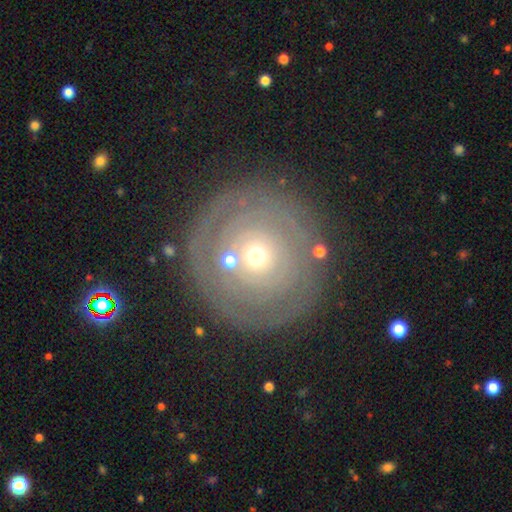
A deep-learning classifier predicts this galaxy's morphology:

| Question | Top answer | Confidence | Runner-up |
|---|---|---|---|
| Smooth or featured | featured or disk | 68% | smooth (24%) |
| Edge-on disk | no | 96% | yes (4%) |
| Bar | no | 90% | weak (7%) |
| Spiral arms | yes | 62% | no (38%) |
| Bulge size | small | 54% | moderate (40%) |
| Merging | none | 76% | minor disturbance (13%) |